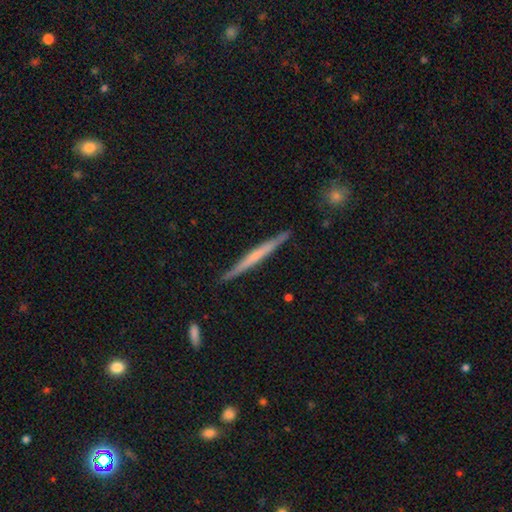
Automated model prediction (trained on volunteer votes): This appears to be a featured or disk galaxy (55%) viewed edge-on (97%) with no central bulge (76%). Merging: none (90%).